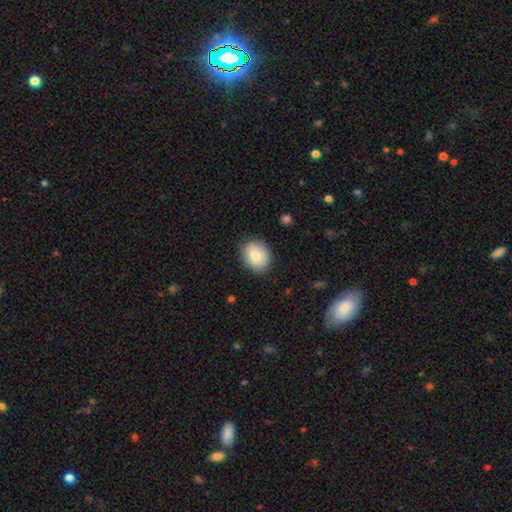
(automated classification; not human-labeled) This is clearly a smooth galaxy (85%). How rounded: possibly round (51%). Merging: clearly none (86%).